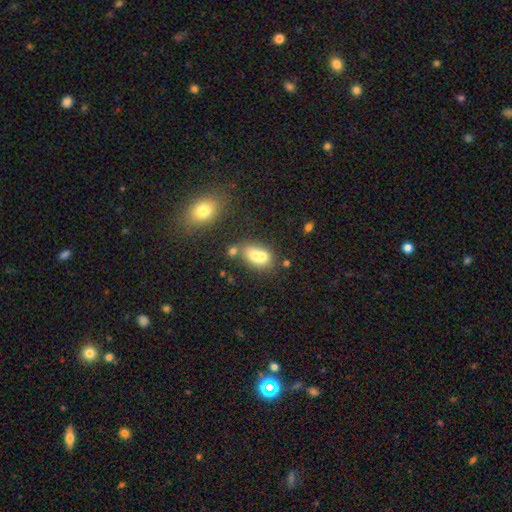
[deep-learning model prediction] A smooth galaxy with no disk features (68%) that is in between round and cigar-shaped (70%).

Vote fractions:
- Smooth or featured? smooth: 68% / featured or disk: 21% / star or artifact: 11%
- How rounded? in between: 70% / round: 28% / cigar-shaped: 2%
- Merging? merger: 58% / none: 28% / minor disturbance: 9% / major disturbance: 4%